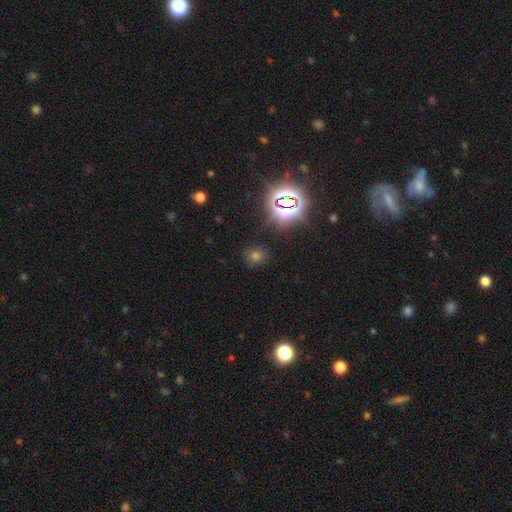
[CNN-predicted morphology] A star or artifact, not a galaxy (46%).